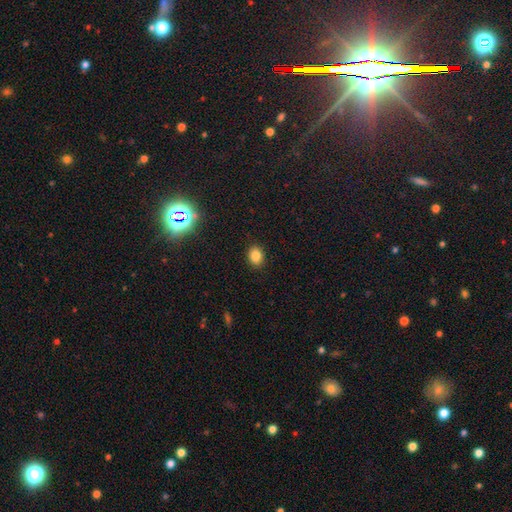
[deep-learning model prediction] Smooth or featured? Predicted: smooth (p=0.83). How rounded? Predicted: in between (p=0.54). Merging? Predicted: none (p=0.90).